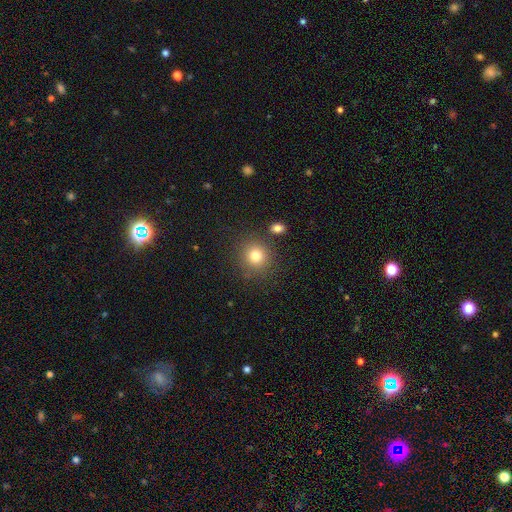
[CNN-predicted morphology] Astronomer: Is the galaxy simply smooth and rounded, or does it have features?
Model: smooth — 80%.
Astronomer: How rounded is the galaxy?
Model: round — 88%.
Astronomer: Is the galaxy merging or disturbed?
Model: none — 82%.